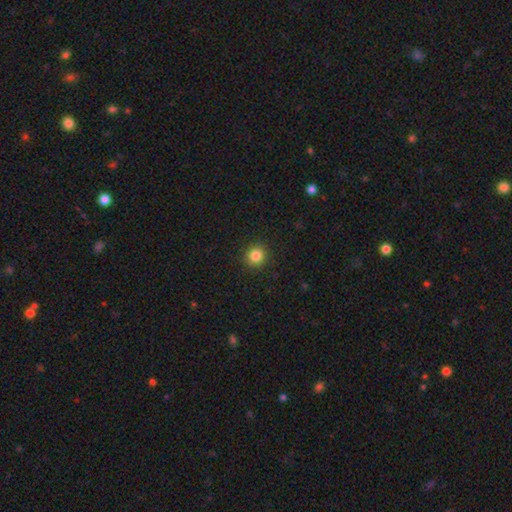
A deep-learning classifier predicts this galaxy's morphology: The model was most divided on "smooth or featured": smooth: 84%, star or artifact: 12%, featured or disk: 5%. More confident: merging — none (92%); how rounded — round (91%).